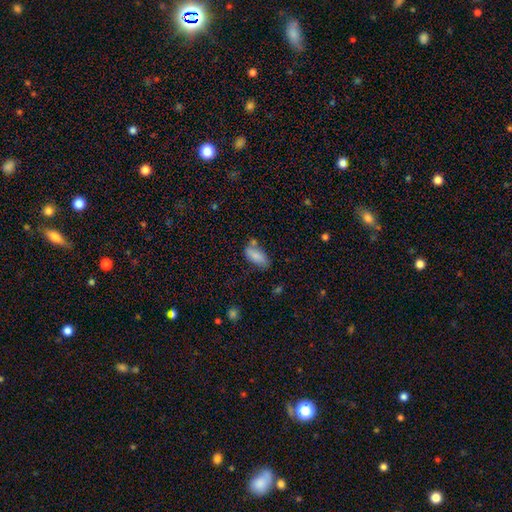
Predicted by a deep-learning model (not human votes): Smooth or featured: smooth — 80% (featured or disk — 13%)
How rounded: in between — 89% (cigar-shaped — 9%)
Merging: none — 53% (minor disturbance — 24%)